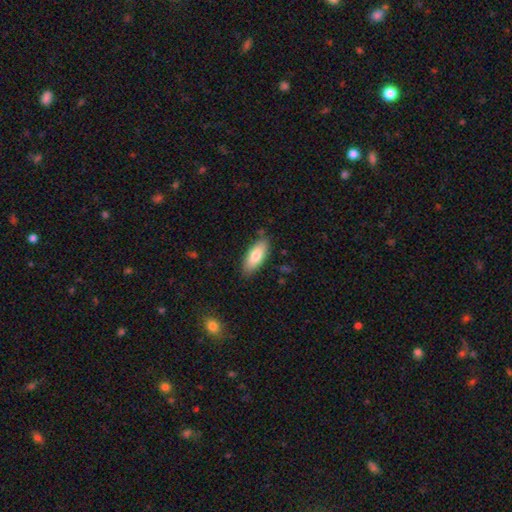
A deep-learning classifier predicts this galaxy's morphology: Overall: smooth (78%). How rounded: in between (78%). Merging: none (83%).